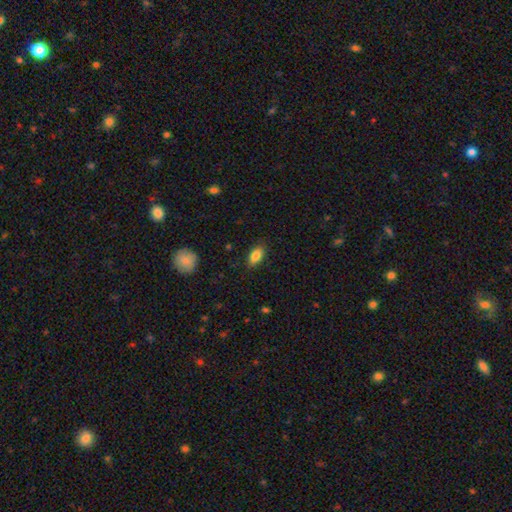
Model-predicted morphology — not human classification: Q: Smooth or featured?
A: smooth (86%); runner-up: star or artifact (8%)
Q: How rounded?
A: in between (90%); runner-up: round (6%)
Q: Merging?
A: none (84%); runner-up: minor disturbance (13%)